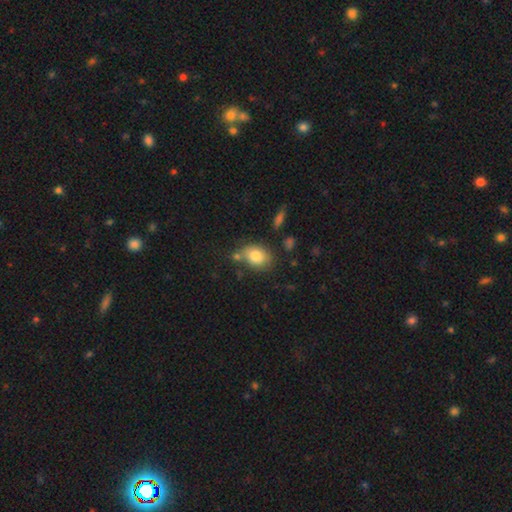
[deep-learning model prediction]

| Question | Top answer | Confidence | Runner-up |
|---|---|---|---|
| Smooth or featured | smooth | 81% | featured or disk (10%) |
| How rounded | in between | 63% | round (36%) |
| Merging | none | 61% | minor disturbance (19%) |